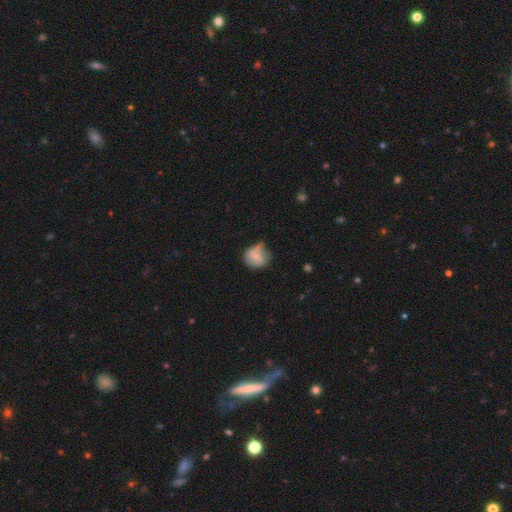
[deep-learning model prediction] Smooth or featured: smooth — 58% (featured or disk — 34%)
How rounded: round — 73% (in between — 26%)
Merging: none — 42% (minor disturbance — 40%)